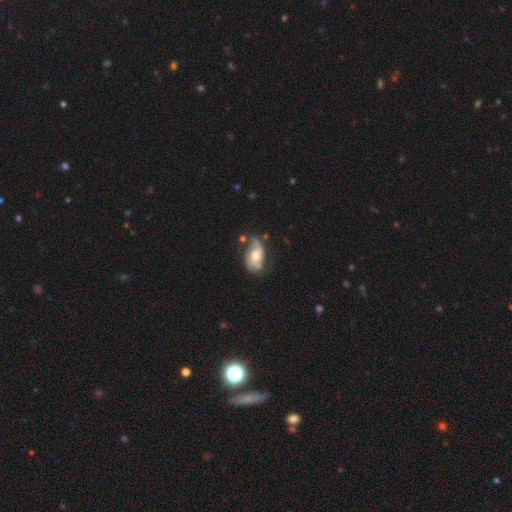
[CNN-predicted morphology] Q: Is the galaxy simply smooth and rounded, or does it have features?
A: featured or disk — 68%.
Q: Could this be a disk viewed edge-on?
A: no — 96%.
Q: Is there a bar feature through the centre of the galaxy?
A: no — 65%.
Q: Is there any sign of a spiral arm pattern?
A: yes — 87%.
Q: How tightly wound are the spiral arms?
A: loose — 50%.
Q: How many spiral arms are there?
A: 2 — 74%.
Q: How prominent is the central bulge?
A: moderate — 66%.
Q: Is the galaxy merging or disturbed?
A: none — 46%.